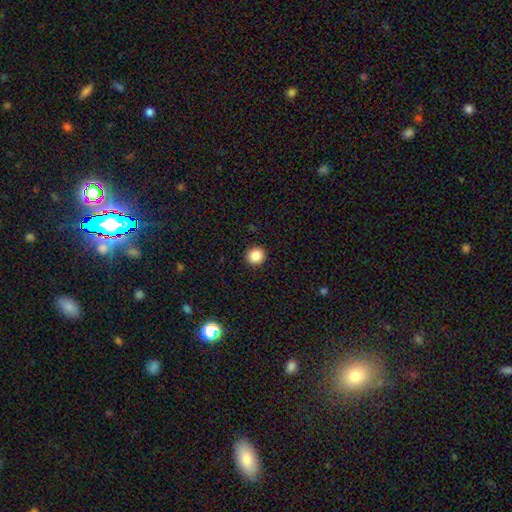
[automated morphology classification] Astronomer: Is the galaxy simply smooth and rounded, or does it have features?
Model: smooth — 87%.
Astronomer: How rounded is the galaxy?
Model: round — 90%.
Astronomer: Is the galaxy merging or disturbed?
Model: none — 93%.